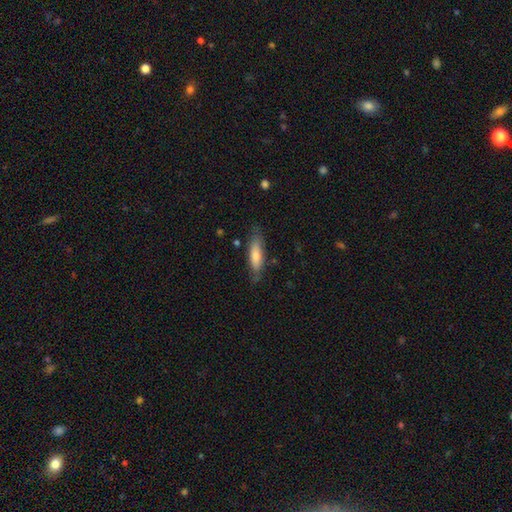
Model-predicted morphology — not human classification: Q: Smooth or featured?
A: smooth (75%); runner-up: featured or disk (19%)
Q: How rounded?
A: cigar-shaped (54%); runner-up: in between (44%)
Q: Merging?
A: none (72%); runner-up: minor disturbance (21%)